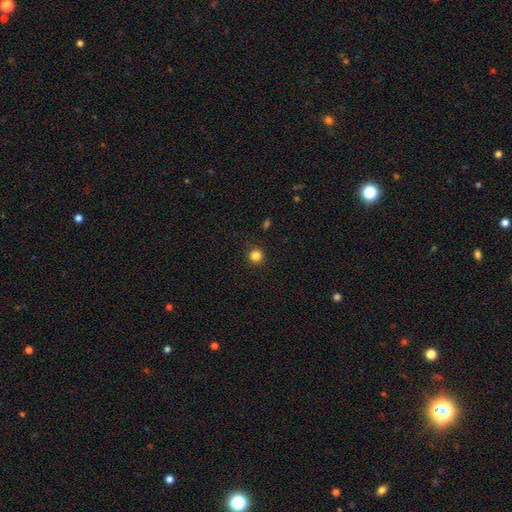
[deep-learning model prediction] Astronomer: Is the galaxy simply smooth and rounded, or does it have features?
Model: smooth — 84%.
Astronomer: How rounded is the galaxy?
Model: round — 95%.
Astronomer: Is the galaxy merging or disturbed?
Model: none — 92%.